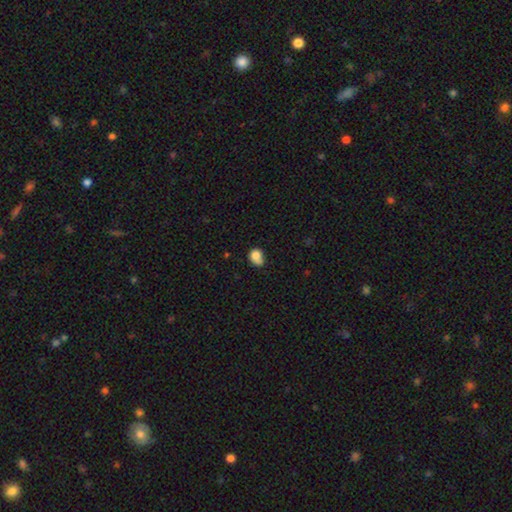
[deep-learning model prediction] Overall: smooth (79%). How rounded: round (54%; in between 45%). Merging: none (39%; minor disturbance 32%).